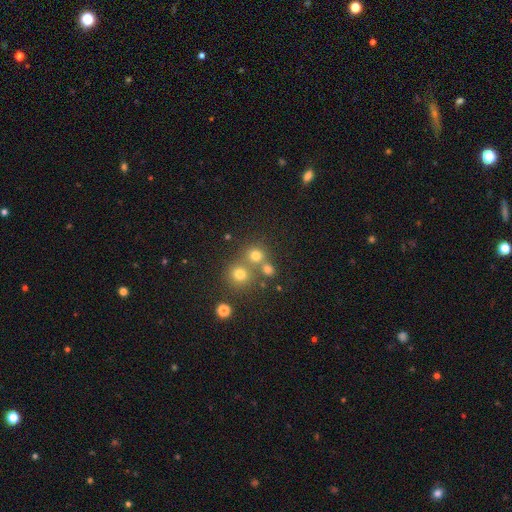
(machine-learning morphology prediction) Overall: smooth (73%). How rounded: round (87%). Merging: none (59%; merger 30%).